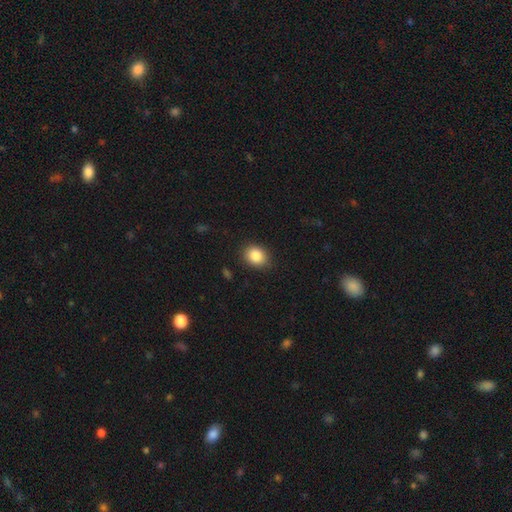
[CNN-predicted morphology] Q: Smooth or featured?
A: smooth (85%); runner-up: star or artifact (9%)
Q: How rounded?
A: round (52%); runner-up: in between (47%)
Q: Merging?
A: none (87%); runner-up: minor disturbance (10%)